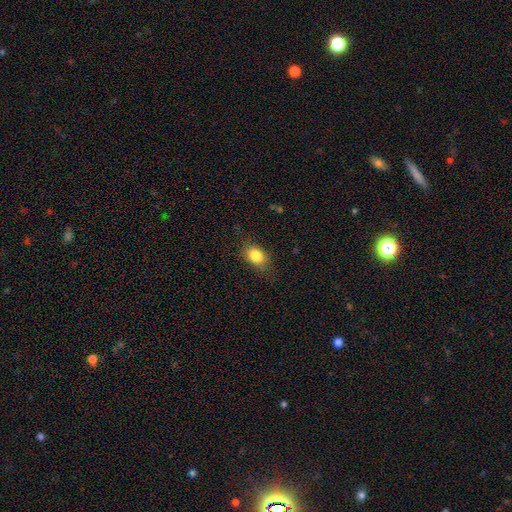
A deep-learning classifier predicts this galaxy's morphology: Smooth or featured?
  - smooth: 82% *
  - star or artifact: 10%
  - featured or disk: 8%
How rounded?
  - in between: 64% *
  - round: 34%
  - cigar-shaped: 2%
Merging?
  - none: 75% *
  - minor disturbance: 18%
  - major disturbance: 5%
  - merger: 1%